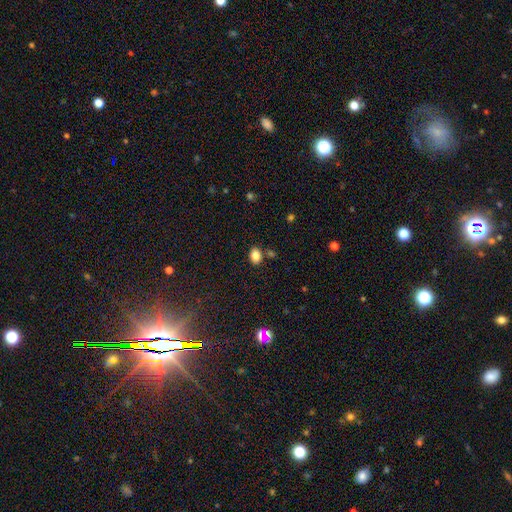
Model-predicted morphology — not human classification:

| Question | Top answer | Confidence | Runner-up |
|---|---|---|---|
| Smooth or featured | smooth | 84% | star or artifact (11%) |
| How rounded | in between | 69% | round (30%) |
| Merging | none | 78% | minor disturbance (11%) |